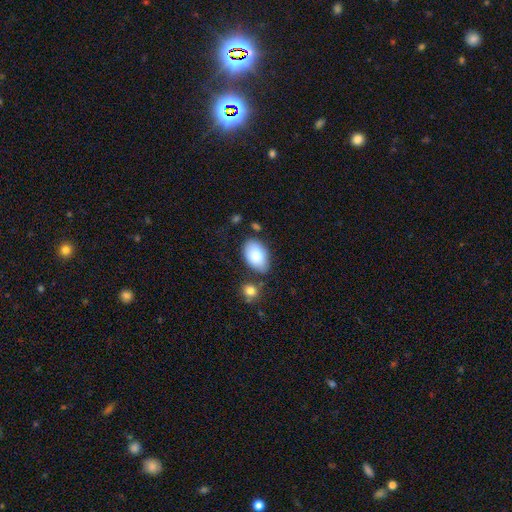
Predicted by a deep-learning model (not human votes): smooth_or_featured: smooth (p=0.86) [alt: featured or disk p=0.08]
how_rounded: in between (p=0.92) [alt: round p=0.07]
merging: none (p=0.69) [alt: minor disturbance p=0.20]